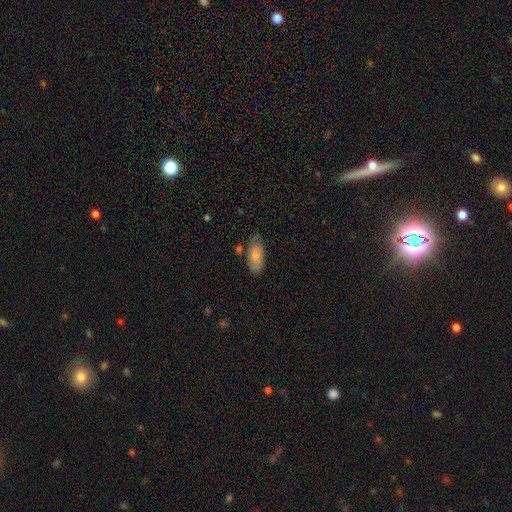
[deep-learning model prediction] Smooth or featured? Predicted: smooth (p=0.73). How rounded? Predicted: in between (p=0.88). Merging? Predicted: none (p=0.62).